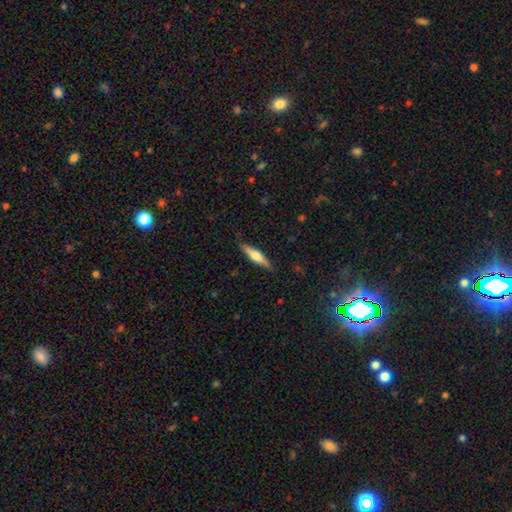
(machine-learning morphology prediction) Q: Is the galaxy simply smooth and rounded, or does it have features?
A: featured or disk — 50%.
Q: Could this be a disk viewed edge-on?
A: yes — 95%.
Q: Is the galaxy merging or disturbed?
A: none — 86%.